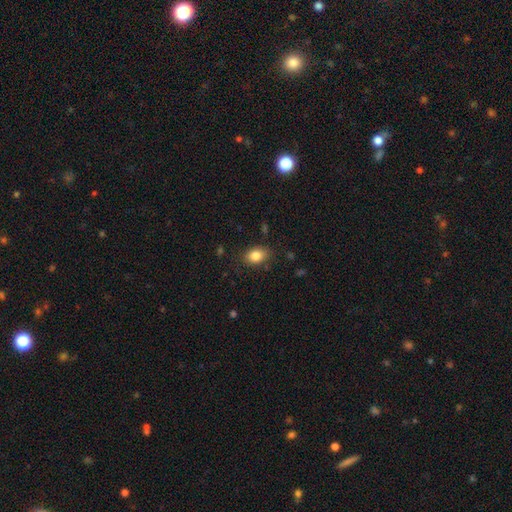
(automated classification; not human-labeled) Q: Smooth or featured?
A: smooth (84%); runner-up: star or artifact (9%)
Q: How rounded?
A: in between (80%); runner-up: round (18%)
Q: Merging?
A: none (84%); runner-up: minor disturbance (12%)